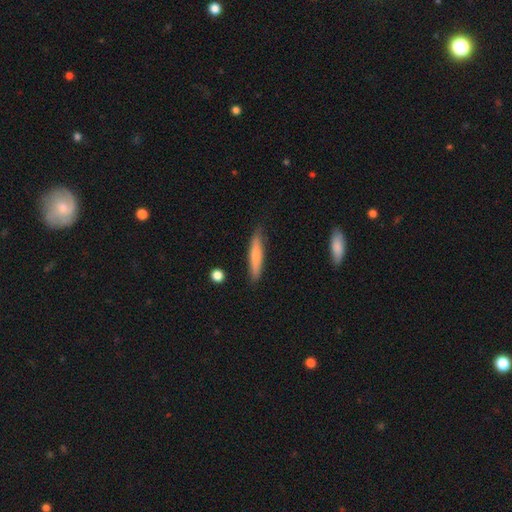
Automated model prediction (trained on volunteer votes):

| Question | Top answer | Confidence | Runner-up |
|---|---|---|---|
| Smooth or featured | smooth | 69% | featured or disk (25%) |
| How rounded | cigar-shaped | 90% | in between (9%) |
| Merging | none | 85% | minor disturbance (11%) |